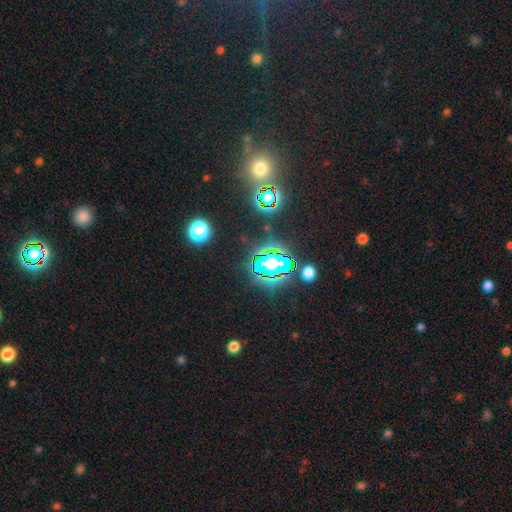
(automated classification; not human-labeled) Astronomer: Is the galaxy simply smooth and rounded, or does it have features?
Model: star or artifact — 77%.